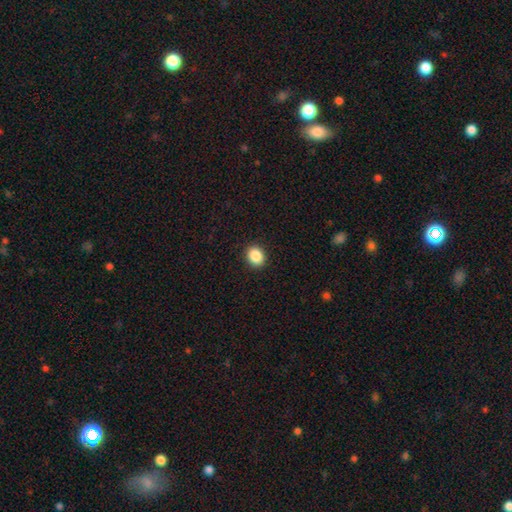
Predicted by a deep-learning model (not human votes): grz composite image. It shows a smooth galaxy with no disk features (88%) that is round (56%). Merging: none (91%).